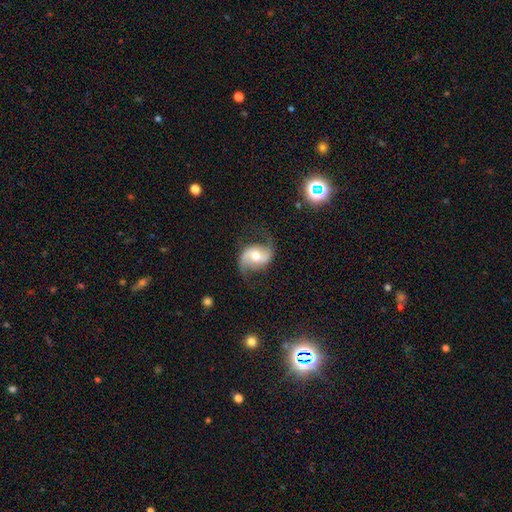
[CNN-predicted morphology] This appears to be a featured or disk galaxy (81%) with no bar (43%), 2 (92%) loose (60%) spiral arms (94%) and a moderate central bulge (72%). Merging: none (72%).